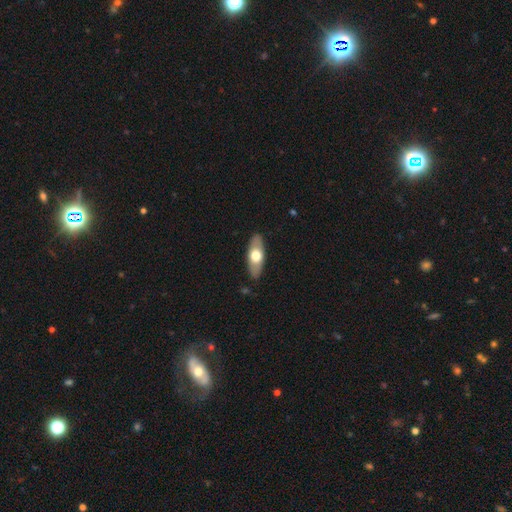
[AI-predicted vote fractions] smooth_or_featured: smooth (p=0.57) [alt: featured or disk p=0.38]
how_rounded: in between (p=0.78) [alt: cigar-shaped p=0.19]
merging: none (p=0.87) [alt: minor disturbance p=0.10]